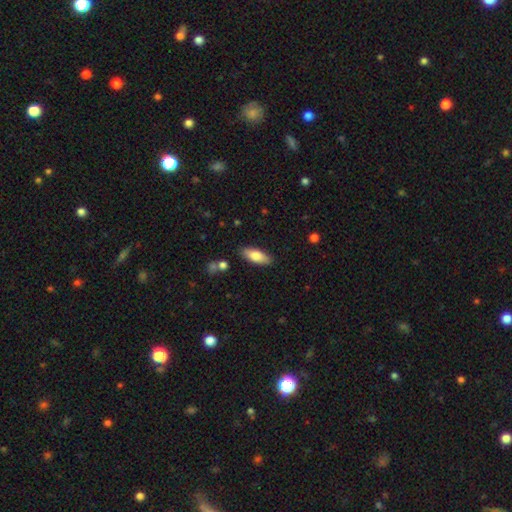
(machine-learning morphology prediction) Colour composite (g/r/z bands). It shows a smooth galaxy with no disk features (76%) that is in between round and cigar-shaped (75%). Merging: none (87%).